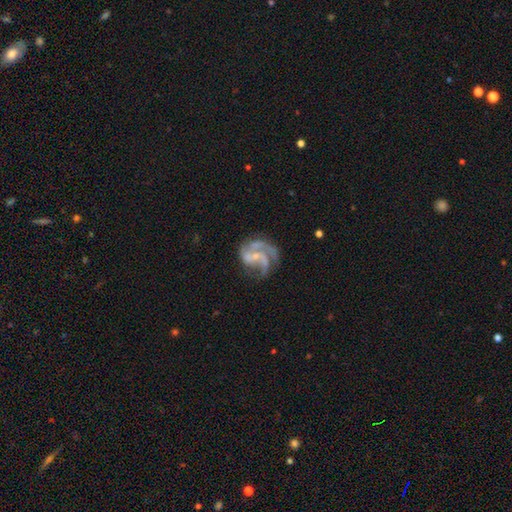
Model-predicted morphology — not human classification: Smooth or featured? Predicted: featured or disk (p=0.84). Edge-on disk? Predicted: no (p=0.98). Bar? Predicted: no (p=0.56). Spiral arms? Predicted: yes (p=0.92). Spiral winding? Predicted: medium (p=0.49). Spiral arm count? Predicted: 3 (p=0.39). Bulge size? Predicted: small (p=0.63). Merging? Predicted: none (p=0.46).